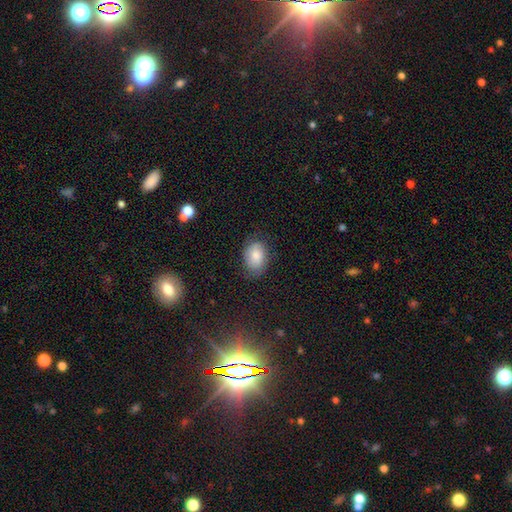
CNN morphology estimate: Overall: smooth (81%). How rounded: in between (79%). Merging: none (73%).